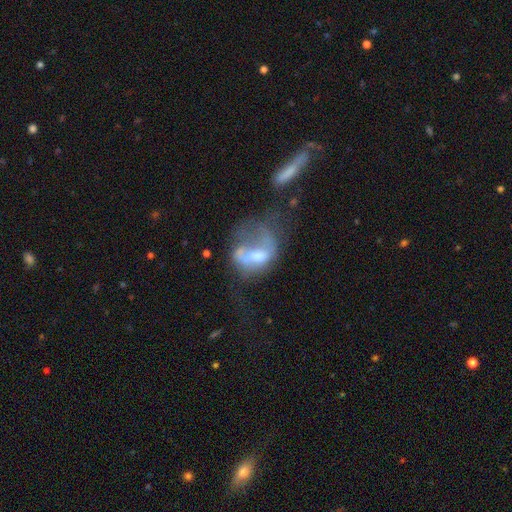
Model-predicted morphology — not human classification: type=featured or disk (53%); edge-on=no (97%); bar=no (72%); spiral arms=no (79%); bulge=moderate (45%); merging=major disturbance (47%).